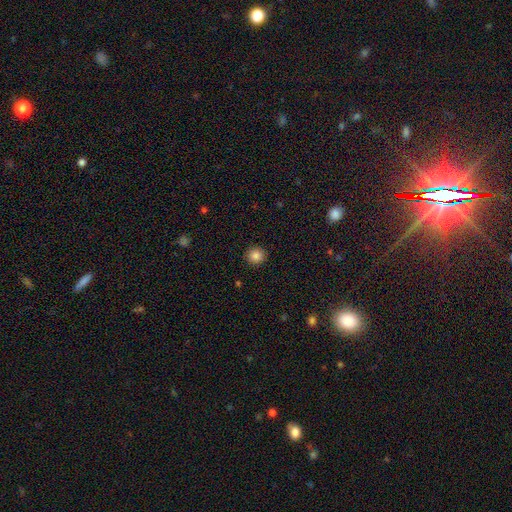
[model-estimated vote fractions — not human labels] smooth_or_featured: smooth (p=0.85) [alt: star or artifact p=0.10]
how_rounded: round (p=0.92) [alt: in between p=0.07]
merging: none (p=0.92) [alt: minor disturbance p=0.05]